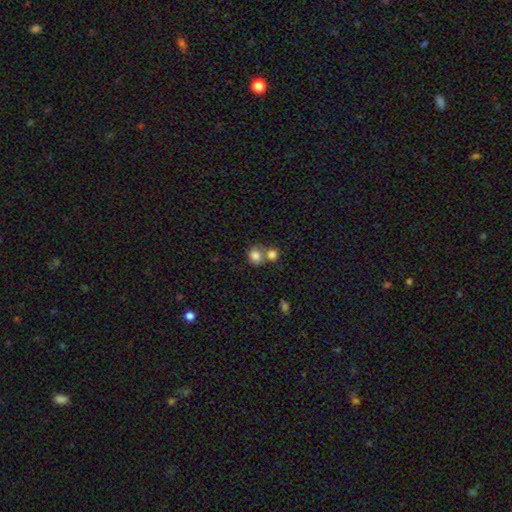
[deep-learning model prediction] smooth-or-featured: smooth: 82% | star or artifact: 10% | featured or disk: 8%
  how-rounded: round: 76% | in between: 23% | cigar-shaped: 1%
  merging: merger: 44% (tied) | none: 44% (tied) | minor disturbance: 9% | major disturbance: 3%